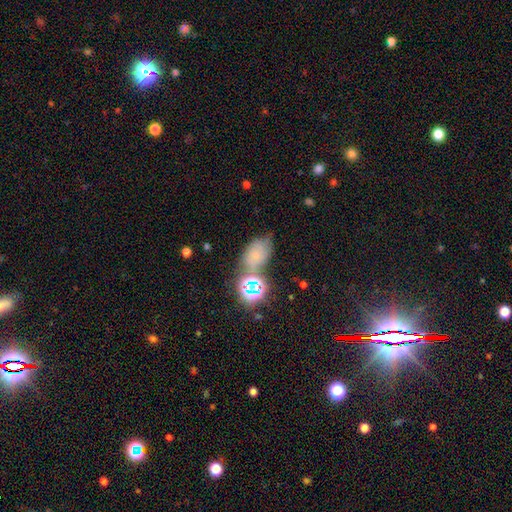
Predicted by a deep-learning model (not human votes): Smooth or featured?
  - smooth: 54% *
  - star or artifact: 30%
  - featured or disk: 17%
How rounded?
  - in between: 79% *
  - round: 19%
  - cigar-shaped: 2%
Merging?
  - none: 50% *
  - minor disturbance: 22%
  - merger: 19%
  - major disturbance: 9%